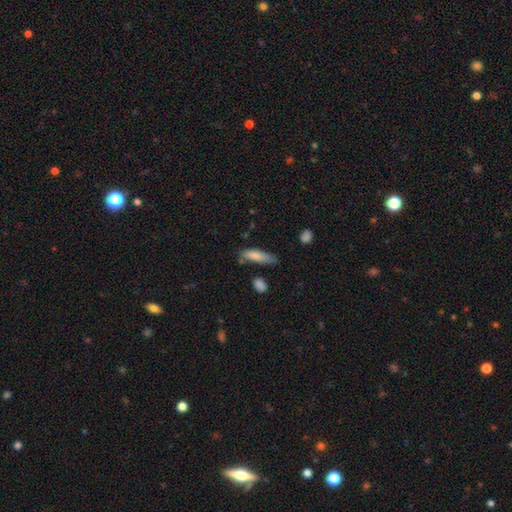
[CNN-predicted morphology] This appears to be a smooth galaxy with no disk features (79%) that is cigar-shaped (55%). Merging: none (54%).